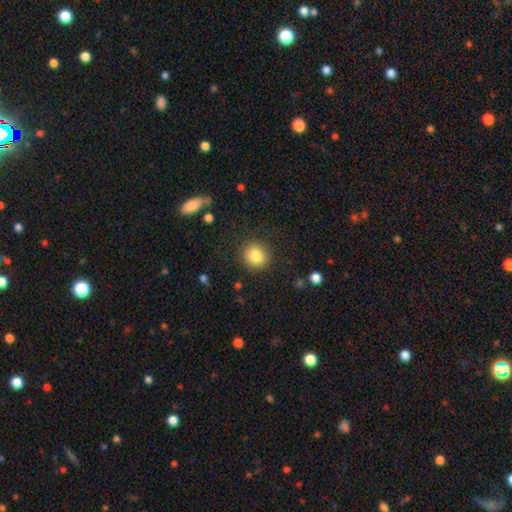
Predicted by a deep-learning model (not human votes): Smooth or featured? smooth (83%)
How rounded? round (86%)
Merging? none (87%)